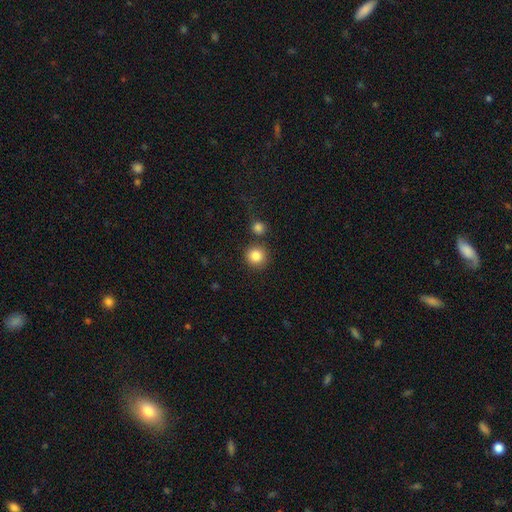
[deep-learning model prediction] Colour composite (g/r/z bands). It shows a smooth galaxy with no disk features (85%) that is round (93%). Merging: none (80%).